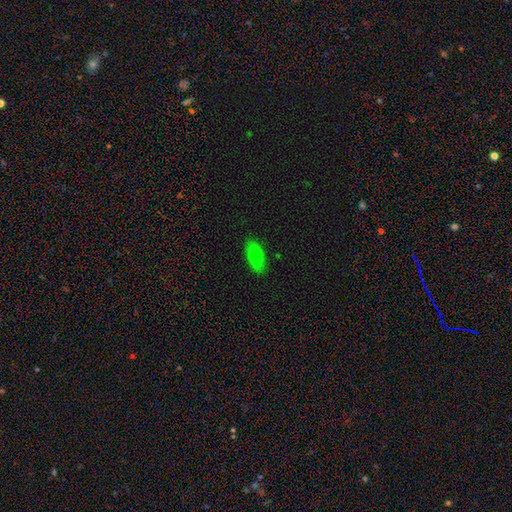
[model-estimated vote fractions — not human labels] A smooth galaxy with no disk features (77%) that is in between round and cigar-shaped (88%).

Vote fractions:
- Smooth or featured? smooth: 77% / featured or disk: 14% / star or artifact: 9%
- How rounded? in between: 88% / cigar-shaped: 8% / round: 4%
- Merging? none: 85% / minor disturbance: 11% / major disturbance: 2% / merger: 1%